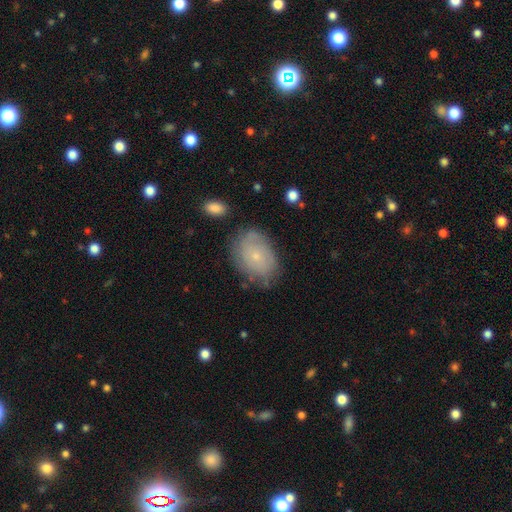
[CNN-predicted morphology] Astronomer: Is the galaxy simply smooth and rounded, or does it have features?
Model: smooth — 50% (runner-up: featured or disk, 42%).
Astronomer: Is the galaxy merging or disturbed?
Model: none — 69%.